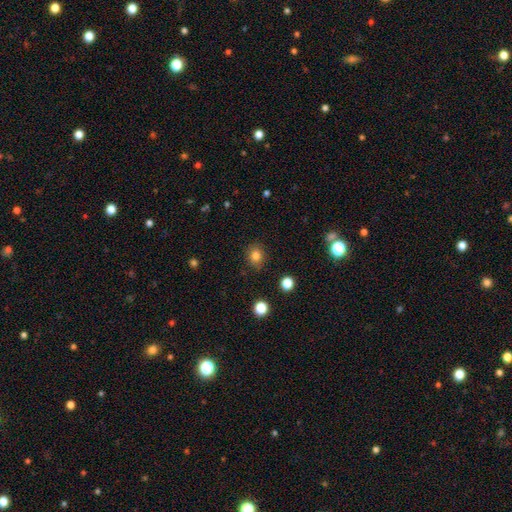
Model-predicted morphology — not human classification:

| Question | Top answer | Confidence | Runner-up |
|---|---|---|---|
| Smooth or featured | smooth | 81% | star or artifact (13%) |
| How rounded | round | 71% | in between (28%) |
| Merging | none | 87% | minor disturbance (9%) |